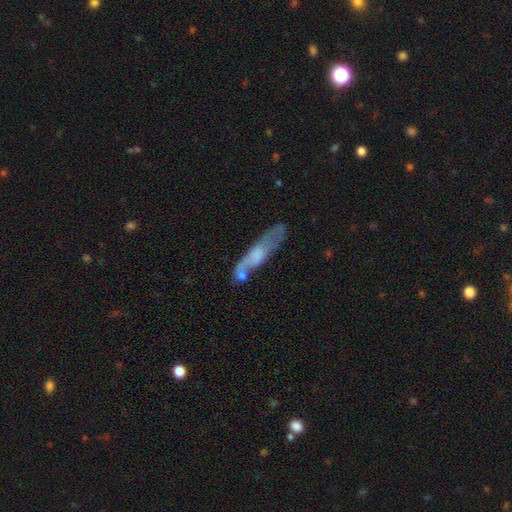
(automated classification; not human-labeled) featured or disk 52%, smooth 41%, star or artifact 7%. Down the decision tree: edge-on disk — yes (56%); merging — none (44%).